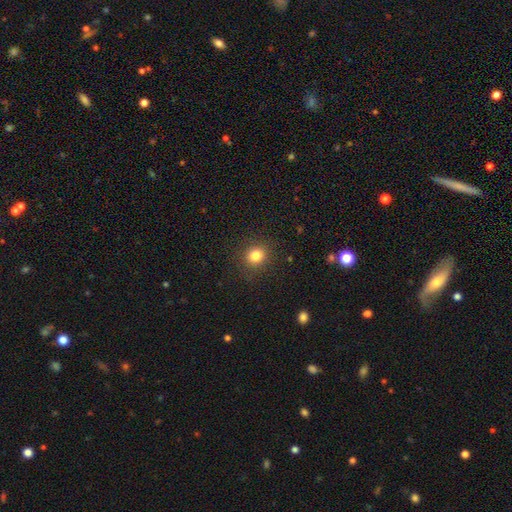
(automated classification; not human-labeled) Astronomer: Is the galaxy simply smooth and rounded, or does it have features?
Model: smooth — 82%.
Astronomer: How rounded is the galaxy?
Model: round — 83%.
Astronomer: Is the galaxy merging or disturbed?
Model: none — 89%.